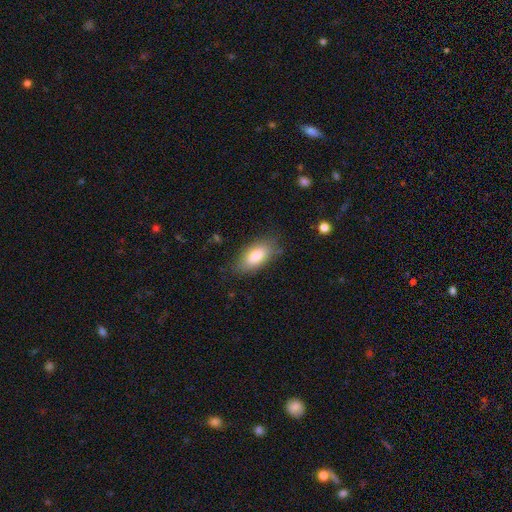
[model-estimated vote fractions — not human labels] smooth-or-featured: smooth: 81% | featured or disk: 12% | star or artifact: 7%
  how-rounded: in between: 89% | cigar-shaped: 8% | round: 3%
  merging: none: 78% | minor disturbance: 16% | major disturbance: 4% | merger: 1%